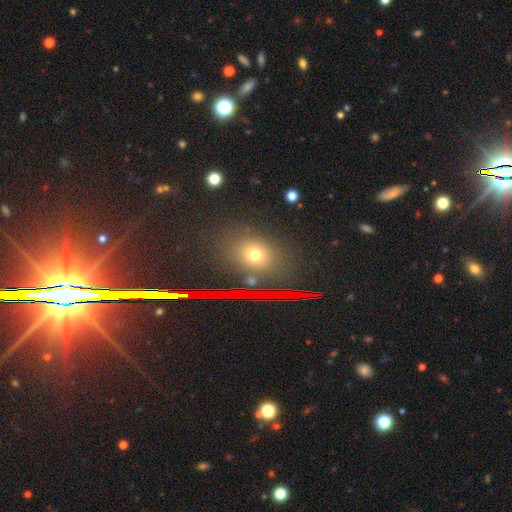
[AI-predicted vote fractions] Smooth or featured?
  - smooth: 66% *
  - star or artifact: 24%
  - featured or disk: 10%
How rounded?
  - round: 53% *
  - in between: 45%
  - cigar-shaped: 2%
Merging?
  - none: 82% *
  - minor disturbance: 10%
  - major disturbance: 4%
  - merger: 4%